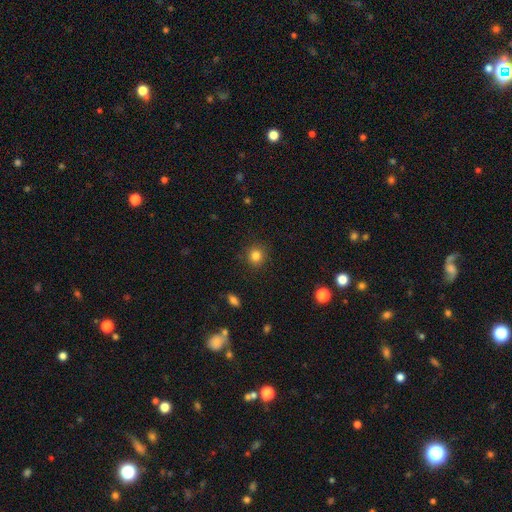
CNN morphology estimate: smooth 83%, star or artifact 12%, featured or disk 5%. Down the decision tree: how rounded — round (92%); merging — none (89%).